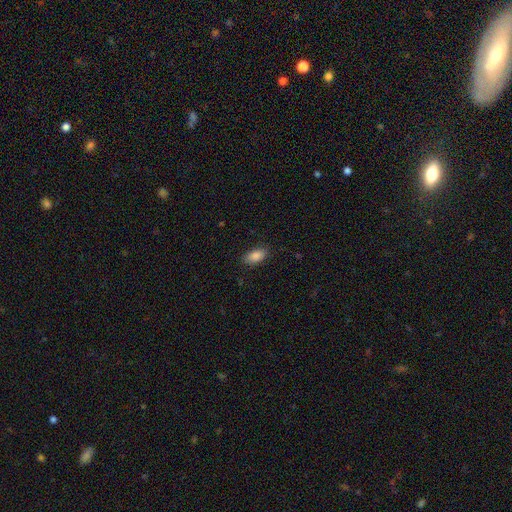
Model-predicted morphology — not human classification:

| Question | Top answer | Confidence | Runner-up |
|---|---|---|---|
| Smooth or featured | smooth | 87% | star or artifact (7%) |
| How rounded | in between | 92% | cigar-shaped (4%) |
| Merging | none | 85% | minor disturbance (11%) |